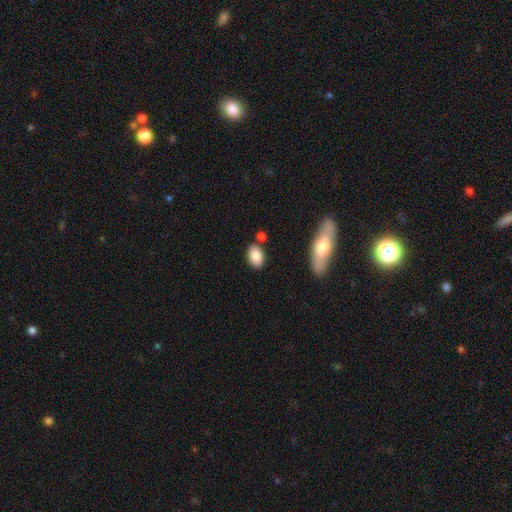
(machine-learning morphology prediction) Smooth or featured? smooth (85%)
How rounded? in between (87%)
Merging? none (77%)